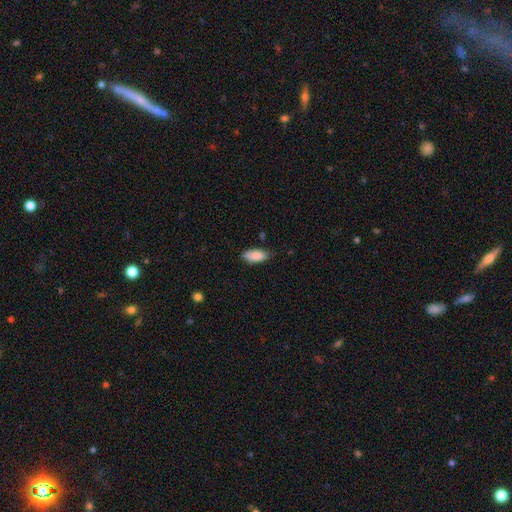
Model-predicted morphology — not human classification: A smooth galaxy with no disk features (87%) that is in between round and cigar-shaped (85%).

Vote fractions:
- Smooth or featured? smooth: 87% / featured or disk: 7% / star or artifact: 6%
- How rounded? in between: 85% / cigar-shaped: 13% / round: 2%
- Merging? none: 73% / minor disturbance: 22% / major disturbance: 3% / merger: 2%